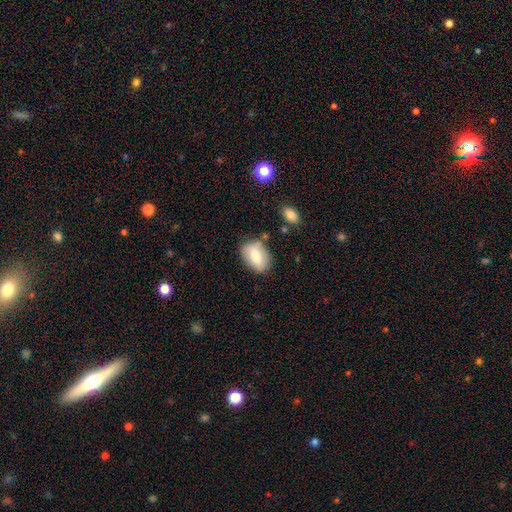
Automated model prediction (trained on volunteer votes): Smooth or featured? smooth (72%)
How rounded? in between (85%)
Merging? none (74%)